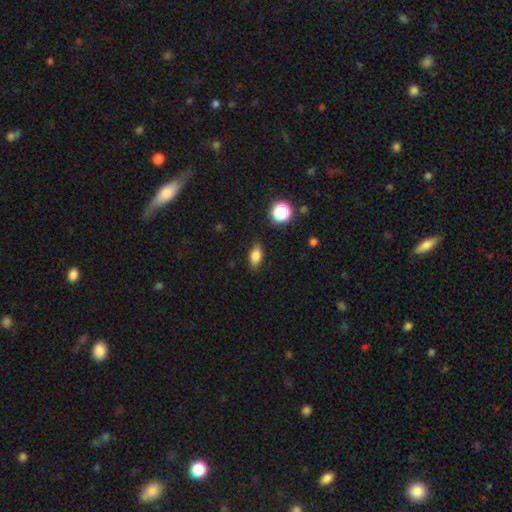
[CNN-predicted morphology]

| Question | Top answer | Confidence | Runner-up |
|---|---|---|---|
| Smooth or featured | smooth | 82% | star or artifact (10%) |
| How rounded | in between | 83% | round (11%) |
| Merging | none | 85% | minor disturbance (11%) |